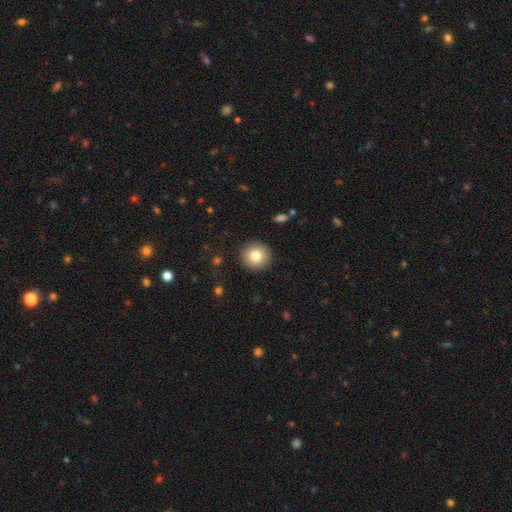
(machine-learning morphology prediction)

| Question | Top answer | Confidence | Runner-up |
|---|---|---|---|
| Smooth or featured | smooth | 81% | featured or disk (10%) |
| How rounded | round | 95% | in between (4%) |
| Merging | none | 92% | minor disturbance (5%) |